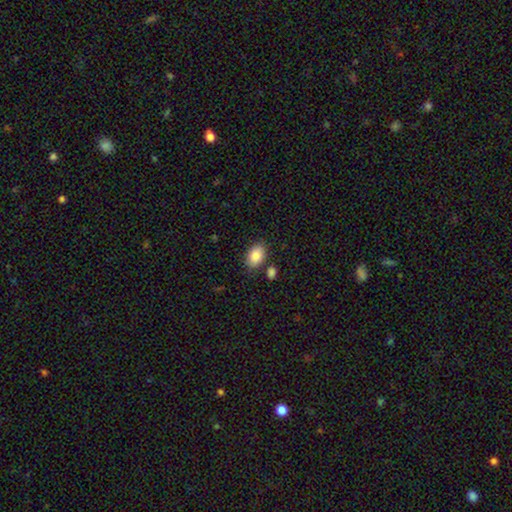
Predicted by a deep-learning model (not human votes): Overall: smooth (88%). How rounded: in between (87%). Merging: none (78%).